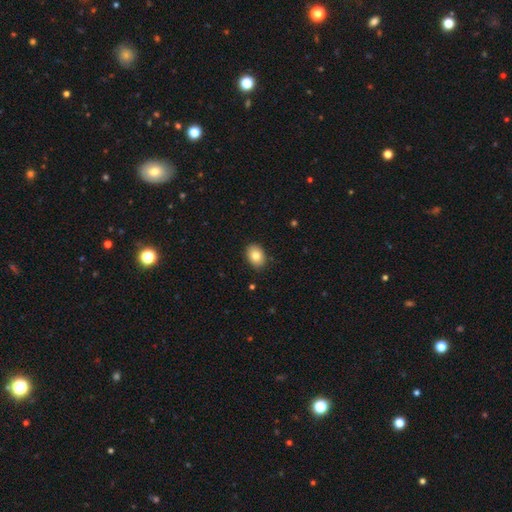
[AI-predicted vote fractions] A smooth galaxy with no disk features (83%) that is in between round and cigar-shaped (76%). Merging: none (88%).